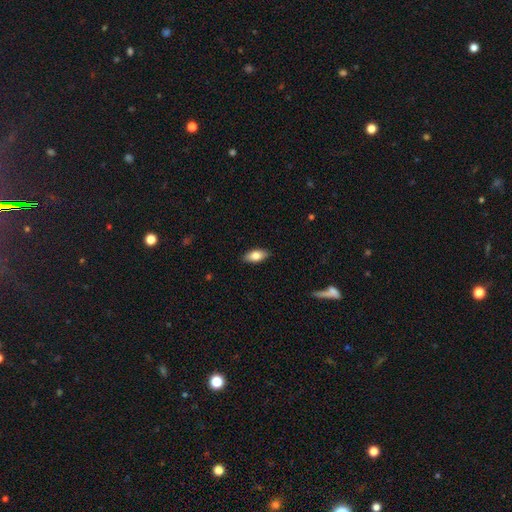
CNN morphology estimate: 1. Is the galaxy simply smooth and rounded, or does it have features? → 79% smooth, 14% featured or disk, 7% star or artifact.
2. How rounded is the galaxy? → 89% in between, 8% cigar-shaped, 3% round.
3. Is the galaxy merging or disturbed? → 89% none, 8% minor disturbance, 2% major disturbance, 1% merger.